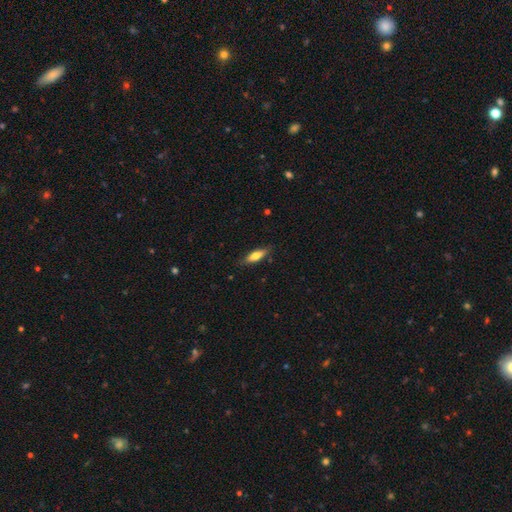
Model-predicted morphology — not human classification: Smooth or featured?
  - smooth: 66% *
  - featured or disk: 27%
  - star or artifact: 6%
How rounded?
  - cigar-shaped: 50% *
  - in between: 48%
  - round: 2%
Merging?
  - none: 82% *
  - minor disturbance: 14%
  - major disturbance: 3%
  - merger: 1%